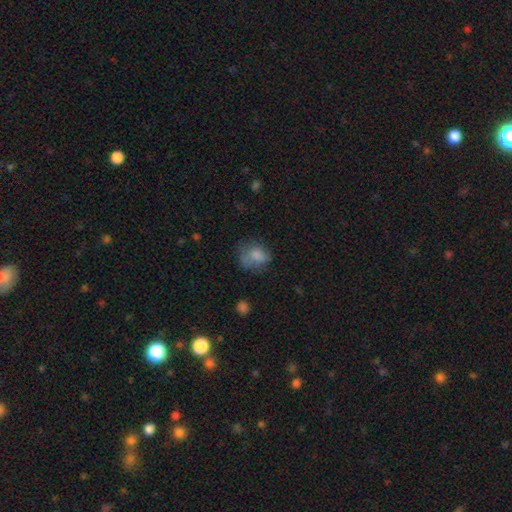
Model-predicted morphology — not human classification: A smooth galaxy with no disk features (73%) that is round (53%). Merging: none (46%).